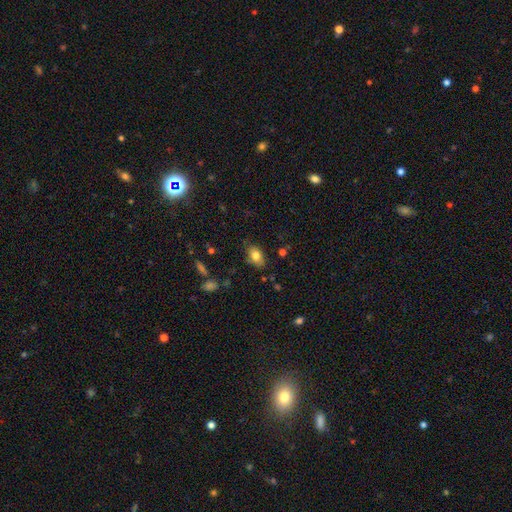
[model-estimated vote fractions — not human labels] Smooth or featured? smooth (79%)
How rounded? in between (89%)
Merging? none (78%)